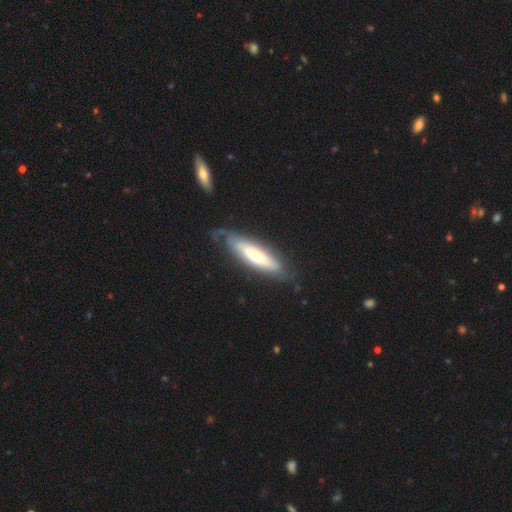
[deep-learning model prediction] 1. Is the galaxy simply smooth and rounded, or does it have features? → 51% featured or disk, 42% smooth, 7% star or artifact.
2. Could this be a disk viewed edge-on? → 57% yes, 43% no.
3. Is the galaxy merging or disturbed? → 73% none, 19% minor disturbance, 6% major disturbance, 2% merger.